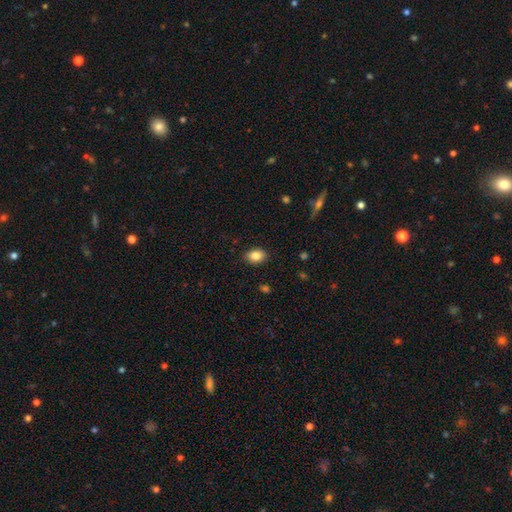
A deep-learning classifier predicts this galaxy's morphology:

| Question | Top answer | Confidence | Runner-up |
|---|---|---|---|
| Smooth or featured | smooth | 86% | star or artifact (8%) |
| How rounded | in between | 79% | round (20%) |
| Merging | none | 88% | minor disturbance (9%) |